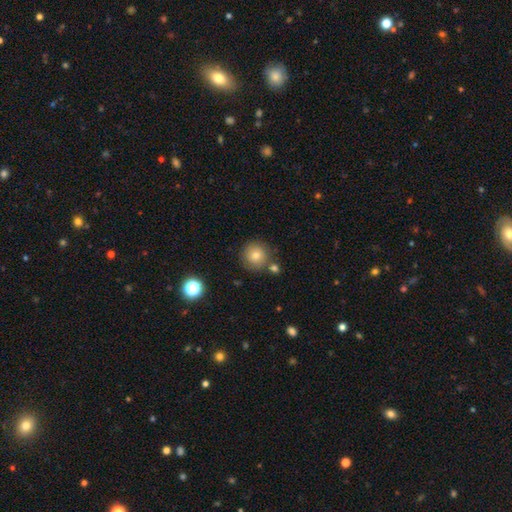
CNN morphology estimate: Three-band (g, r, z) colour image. It shows a smooth galaxy with no disk features (74%) that is round (94%). Merging: none (77%).